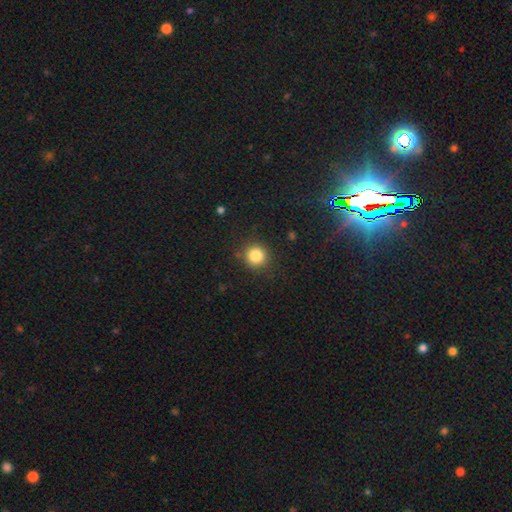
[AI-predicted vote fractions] Smooth or featured? Predicted: smooth (p=0.83). How rounded? Predicted: round (p=0.93). Merging? Predicted: none (p=0.88).